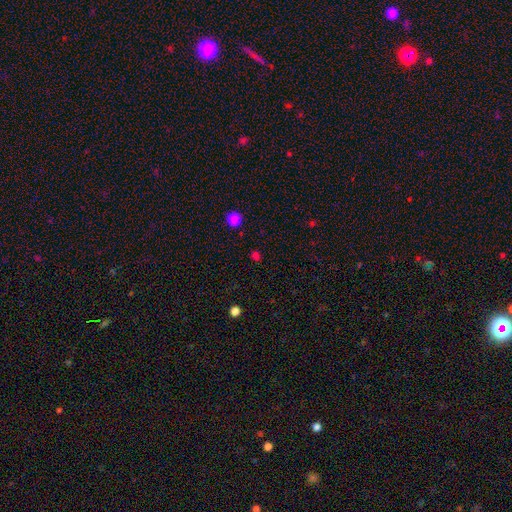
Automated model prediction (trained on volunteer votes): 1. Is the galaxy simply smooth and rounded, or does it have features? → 61% smooth, 35% star or artifact, 4% featured or disk.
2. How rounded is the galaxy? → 79% round, 20% in between, 2% cigar-shaped.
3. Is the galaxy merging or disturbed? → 87% none, 7% minor disturbance, 4% major disturbance, 2% merger.